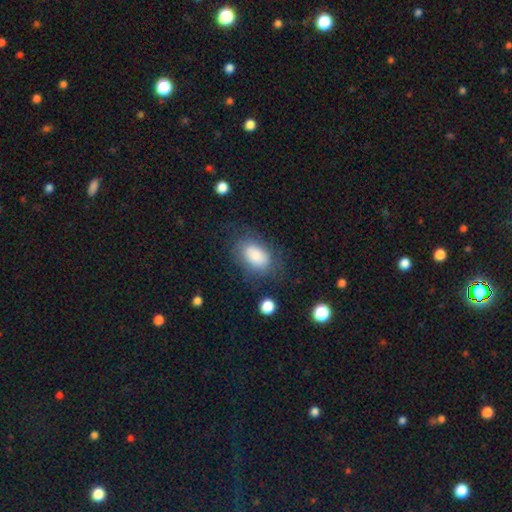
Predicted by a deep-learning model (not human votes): A smooth galaxy with no disk features (78%) that is in between round and cigar-shaped (90%). Merging: none (66%).